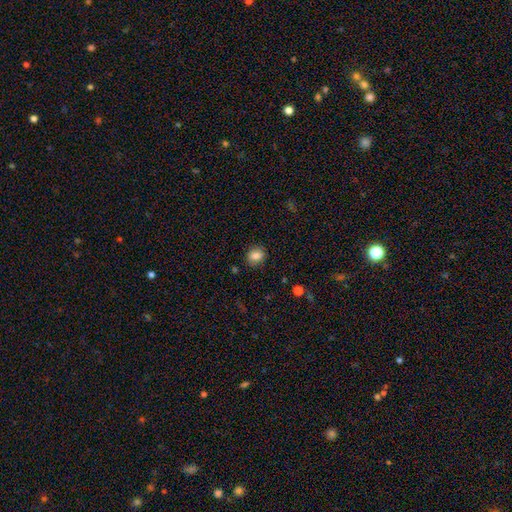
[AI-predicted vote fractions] Smooth or featured: smooth — 84% (star or artifact — 10%)
How rounded: round — 65% (in between — 34%)
Merging: none — 86% (minor disturbance — 10%)